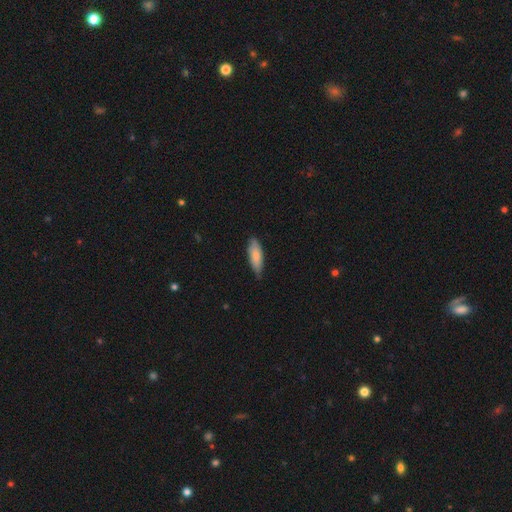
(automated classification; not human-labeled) Smooth or featured: smooth — 79% (featured or disk — 15%)
How rounded: in between — 60% (cigar-shaped — 38%)
Merging: none — 70% (minor disturbance — 25%)